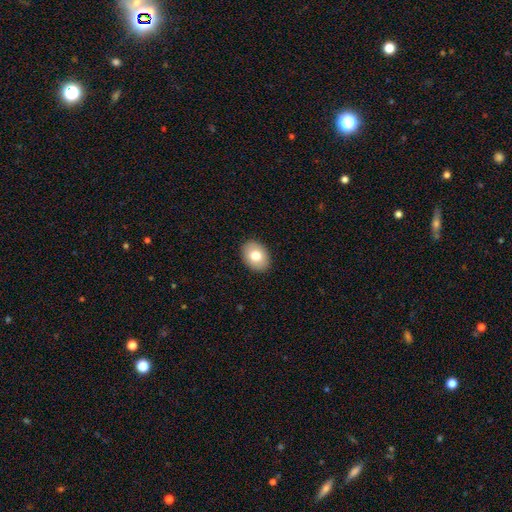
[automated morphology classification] type=smooth (78%); roundness=in between (68%); merging=none (91%).